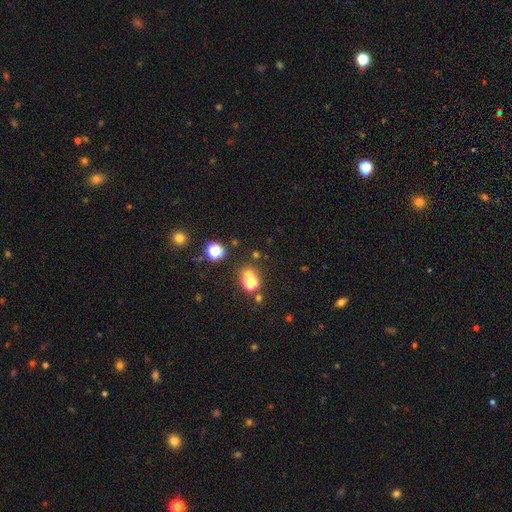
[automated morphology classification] The model was most divided on "smooth or featured": smooth: 49%, star or artifact: 41%, featured or disk: 10%. More confident: merging — none (62%).